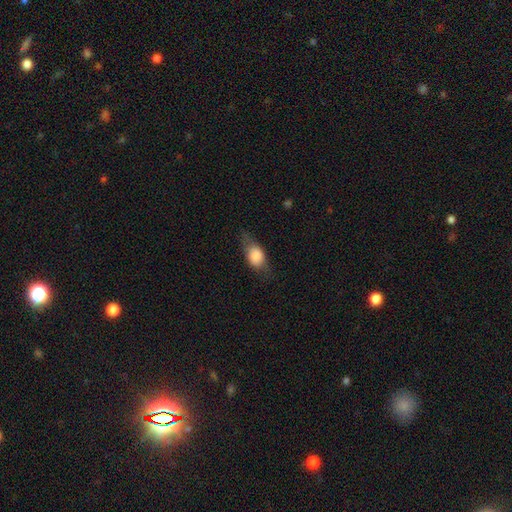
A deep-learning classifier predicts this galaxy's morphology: The model was most divided on "merging": none: 61%, minor disturbance: 26%, major disturbance: 11%, merger: 1%. More confident: smooth or featured — smooth (74%); how rounded — in between (73%).